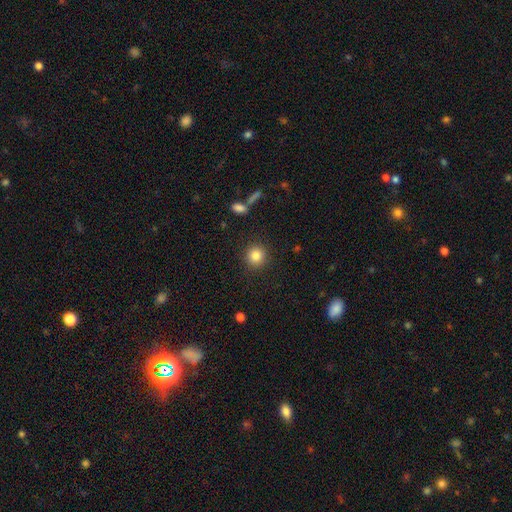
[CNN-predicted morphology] Smooth or featured? smooth (84%)
How rounded? round (91%)
Merging? none (90%)